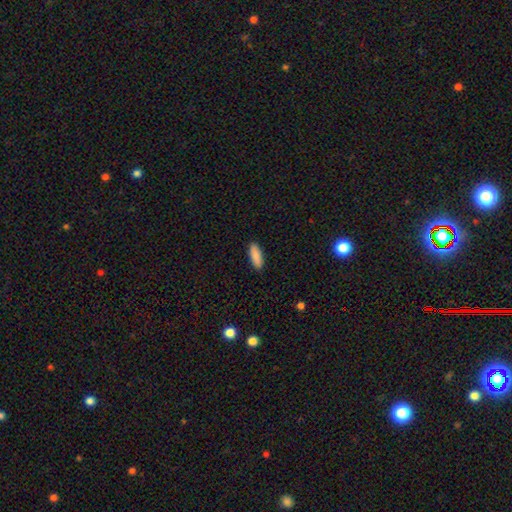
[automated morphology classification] Overall: smooth (89%). How rounded: in between (67%; cigar-shaped 31%). Merging: none (90%).